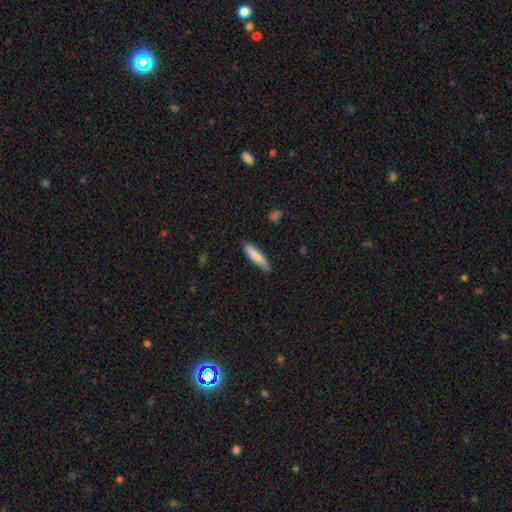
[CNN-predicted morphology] A smooth galaxy with no disk features (83%) that is cigar-shaped (77%). Merging: none (81%).